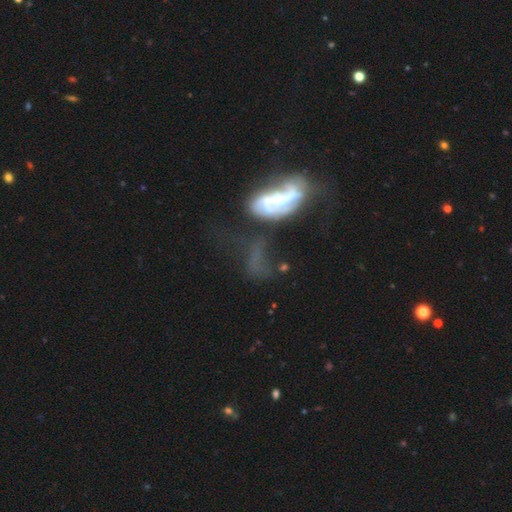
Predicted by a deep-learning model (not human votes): Smooth or featured?
  - featured or disk: 63% *
  - smooth: 24%
  - star or artifact: 13%
Edge-on disk?
  - no: 90% *
  - yes: 10%
Bar?
  - no: 55% *
  - weak: 27%
  - strong: 18%
Spiral arms?
  - yes: 52% *
  - no: 48%
Bulge size?
  - moderate: 41% *
  - small: 39%
  - none: 13%
  - large: 5%
  - dominant: 2%
Merging?
  - merger: 34% *
  - major disturbance: 32%
  - none: 20%
  - minor disturbance: 13%